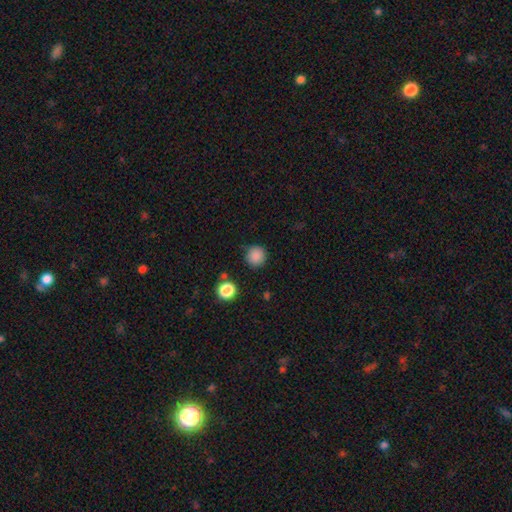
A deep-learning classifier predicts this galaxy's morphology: smooth_or_featured: smooth (p=0.86) [alt: star or artifact p=0.11]
how_rounded: round (p=0.95) [alt: in between p=0.04]
merging: none (p=0.86) [alt: minor disturbance p=0.08]